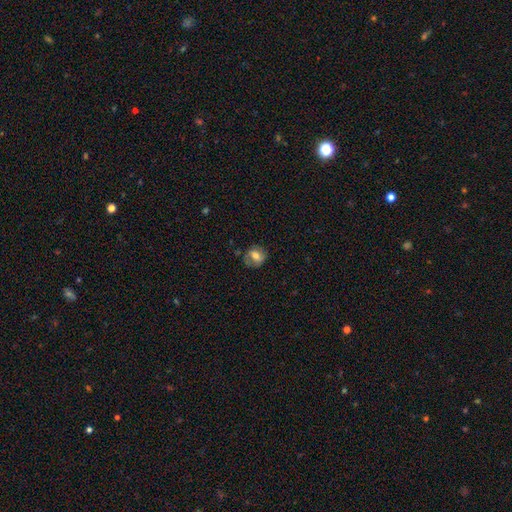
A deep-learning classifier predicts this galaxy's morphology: type=smooth (59%); roundness=round (65%); merging=none (70%).